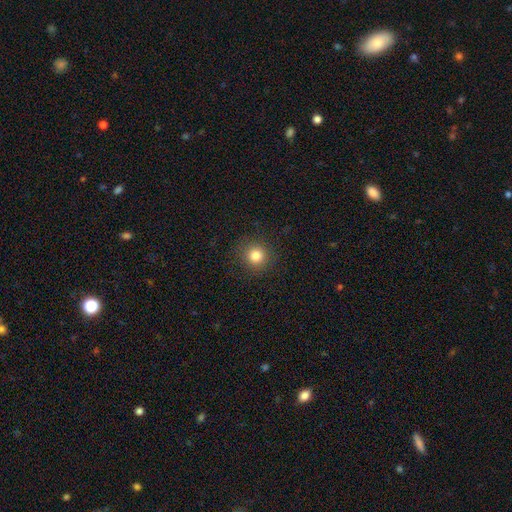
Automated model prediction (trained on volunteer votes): Overall: smooth (82%). How rounded: round (93%). Merging: none (90%).